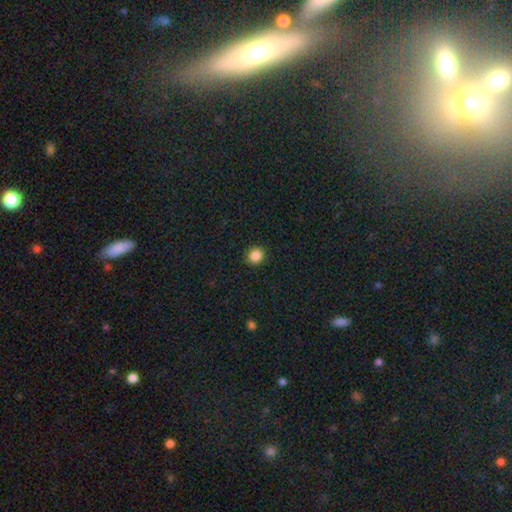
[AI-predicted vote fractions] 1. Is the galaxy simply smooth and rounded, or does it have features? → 86% smooth, 10% star or artifact, 4% featured or disk.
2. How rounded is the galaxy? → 86% round, 13% in between, 1% cigar-shaped.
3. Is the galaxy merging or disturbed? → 91% none, 6% minor disturbance, 2% major disturbance, 1% merger.